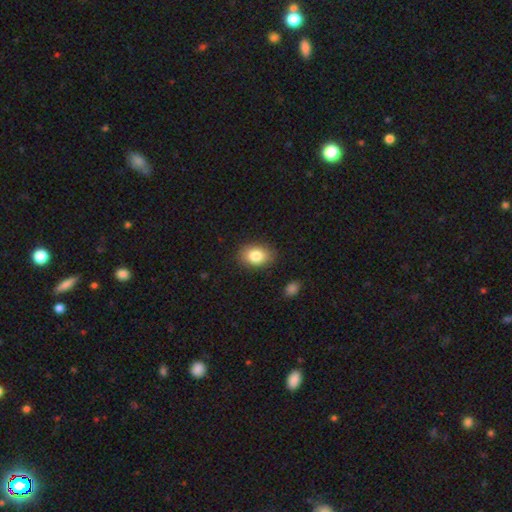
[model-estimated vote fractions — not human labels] A smooth galaxy with no disk features (83%) that is in between round and cigar-shaped (78%).

Vote fractions:
- Smooth or featured? smooth: 83% / featured or disk: 9% / star or artifact: 8%
- How rounded? in between: 78% / round: 21% / cigar-shaped: 1%
- Merging? none: 86% / minor disturbance: 10% / major disturbance: 3% / merger: 1%